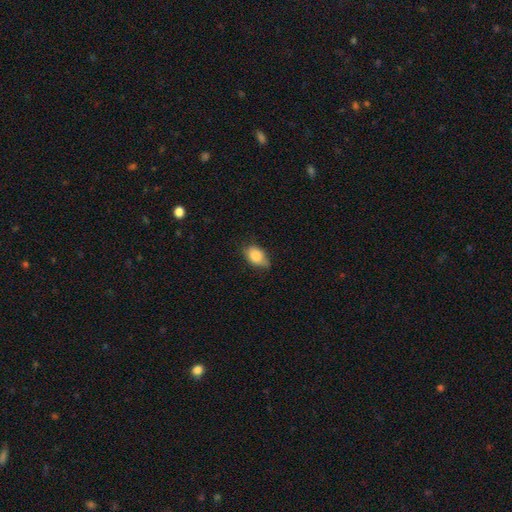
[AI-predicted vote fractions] Q: Smooth or featured?
A: smooth (84%); runner-up: featured or disk (9%)
Q: How rounded?
A: in between (83%); runner-up: round (14%)
Q: Merging?
A: none (57%); runner-up: minor disturbance (35%)